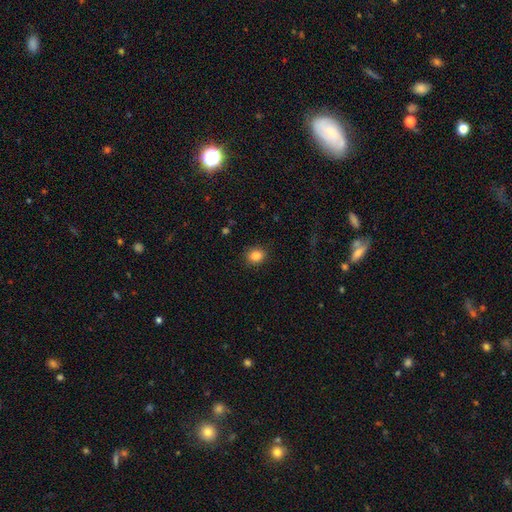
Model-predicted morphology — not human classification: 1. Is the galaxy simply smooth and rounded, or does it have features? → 85% smooth, 10% star or artifact, 5% featured or disk.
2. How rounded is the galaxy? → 63% round, 36% in between, 1% cigar-shaped.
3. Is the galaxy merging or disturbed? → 89% none, 8% minor disturbance, 2% major disturbance, 1% merger.